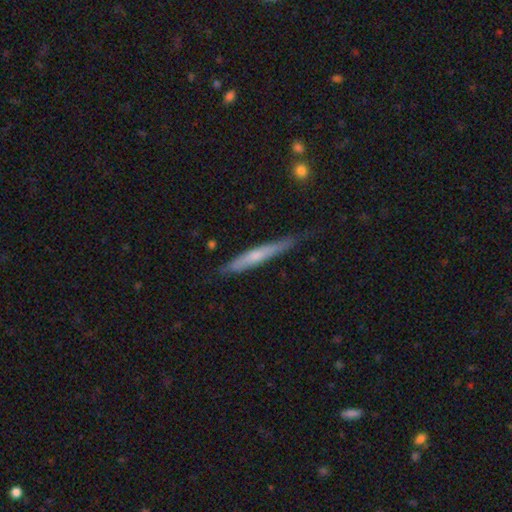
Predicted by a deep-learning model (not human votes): Smooth or featured?
  - smooth: 49% *
  - featured or disk: 45%
  - star or artifact: 6%
Merging?
  - none: 71% *
  - minor disturbance: 23%
  - major disturbance: 4%
  - merger: 2%